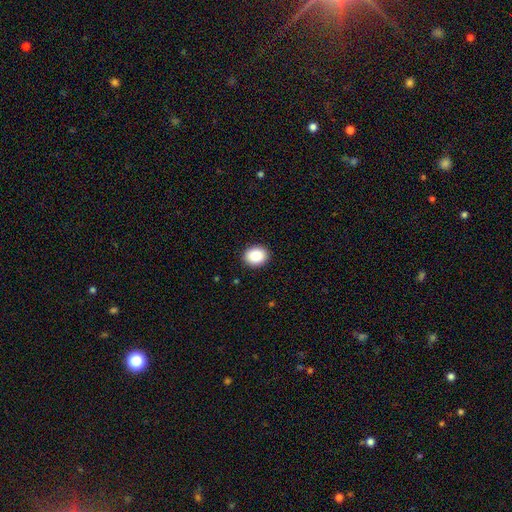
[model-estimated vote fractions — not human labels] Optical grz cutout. It shows a smooth galaxy with no disk features (87%) that is round (51%). Merging: none (91%).